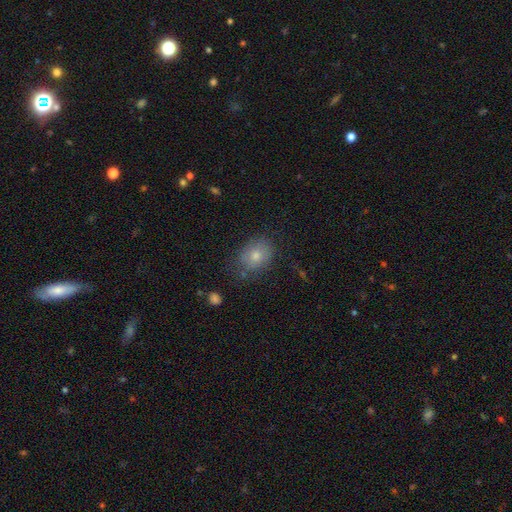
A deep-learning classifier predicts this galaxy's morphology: Smooth or featured? Predicted: smooth (p=0.76). How rounded? Predicted: in between (p=0.61). Merging? Predicted: none (p=0.71).